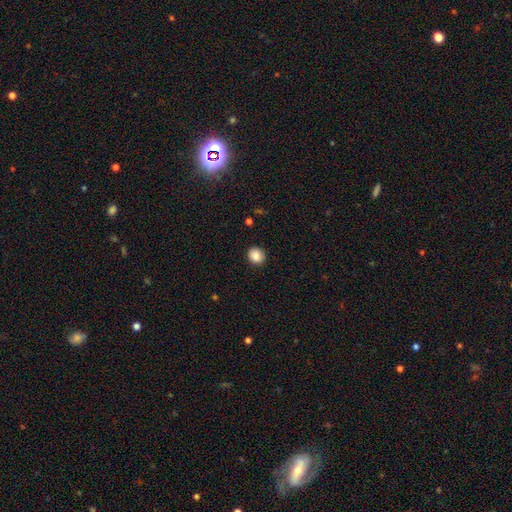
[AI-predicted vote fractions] A smooth galaxy with no disk features (88%) that is round (79%). Merging: none (90%).